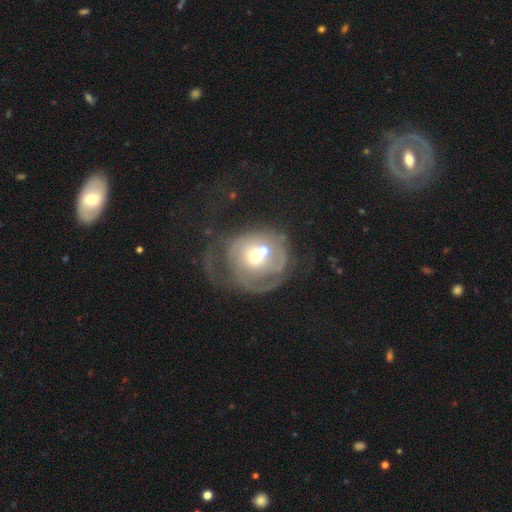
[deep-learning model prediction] Q: Smooth or featured?
A: featured or disk (59%); runner-up: smooth (32%)
Q: Edge-on disk?
A: no (97%); runner-up: yes (3%)
Q: Bar?
A: no (83%); runner-up: weak (13%)
Q: Spiral arms?
A: no (55%); runner-up: yes (45%)
Q: Bulge size?
A: moderate (58%); runner-up: small (28%)
Q: Merging?
A: merger (34%); runner-up: major disturbance (31%)